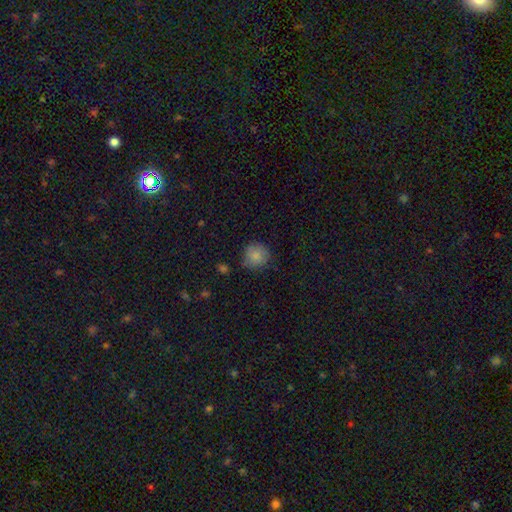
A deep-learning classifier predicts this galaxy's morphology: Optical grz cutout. It shows a smooth galaxy with no disk features (84%) that is round (90%). Merging: none (74%).